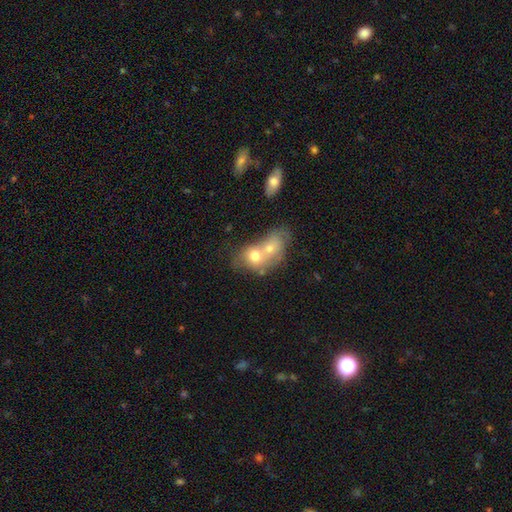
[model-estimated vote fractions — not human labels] Morphology: type=smooth (64%); roundness=in between (54%); merging=merger (75%).